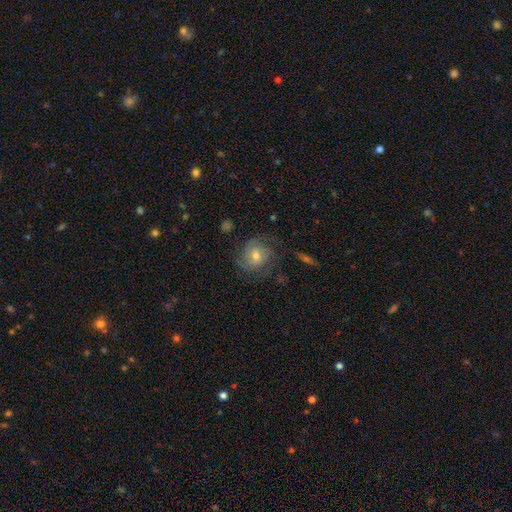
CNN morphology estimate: Overall: featured or disk (50%; smooth 40%). Edge-on disk: no (96%). Merging: none (62%).